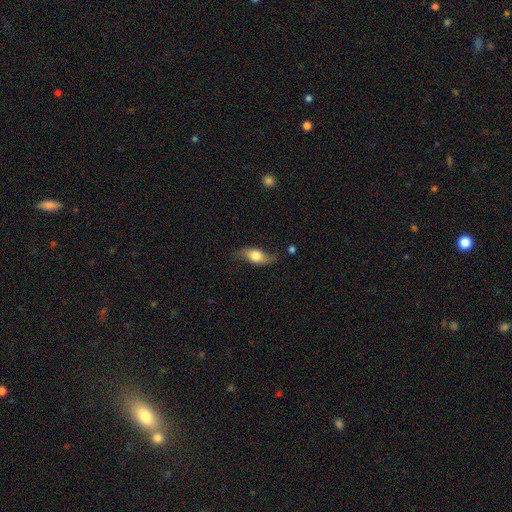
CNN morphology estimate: Smooth or featured? Predicted: smooth (p=0.50). Merging? Predicted: none (p=0.62).